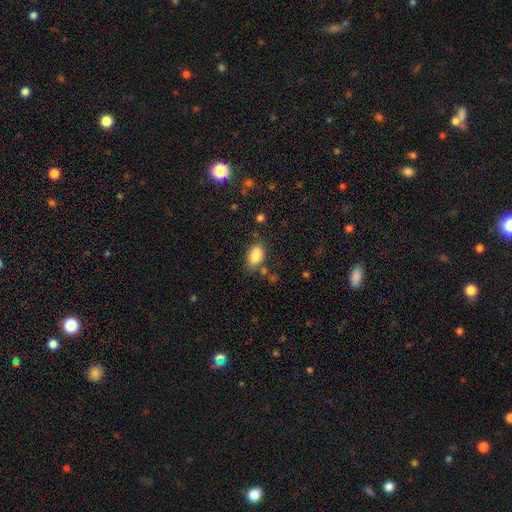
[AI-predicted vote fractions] smooth_or_featured: smooth (p=0.86) [alt: star or artifact p=0.08]
how_rounded: in between (p=0.91) [alt: round p=0.08]
merging: none (p=0.77) [alt: minor disturbance p=0.14]